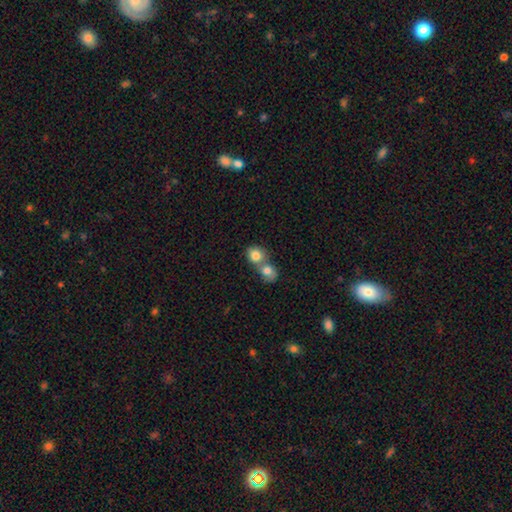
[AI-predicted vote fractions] Smooth or featured: smooth — 81% (featured or disk — 10%)
How rounded: round — 71% (in between — 28%)
Merging: merger — 66% (none — 27%)